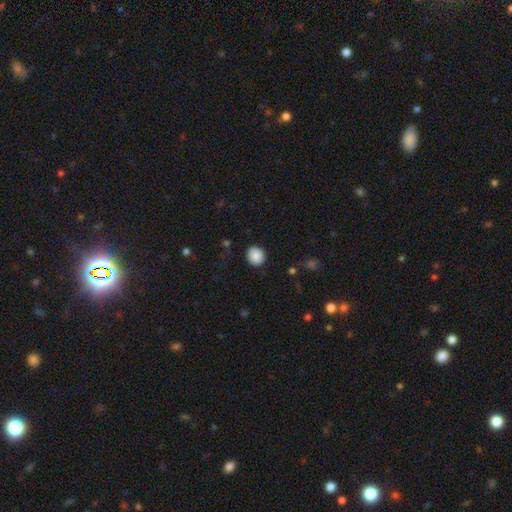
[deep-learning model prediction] A smooth galaxy with no disk features (88%) that is round (80%). Merging: none (89%).